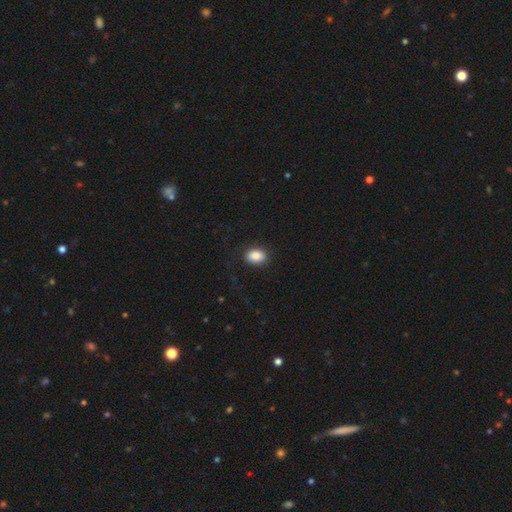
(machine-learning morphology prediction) A smooth galaxy with no disk features (86%) that is in between round and cigar-shaped (73%).

Vote fractions:
- Smooth or featured? smooth: 86% / star or artifact: 8% / featured or disk: 6%
- How rounded? in between: 73% / round: 26% / cigar-shaped: 1%
- Merging? none: 85% / minor disturbance: 10% / major disturbance: 3% / merger: 1%